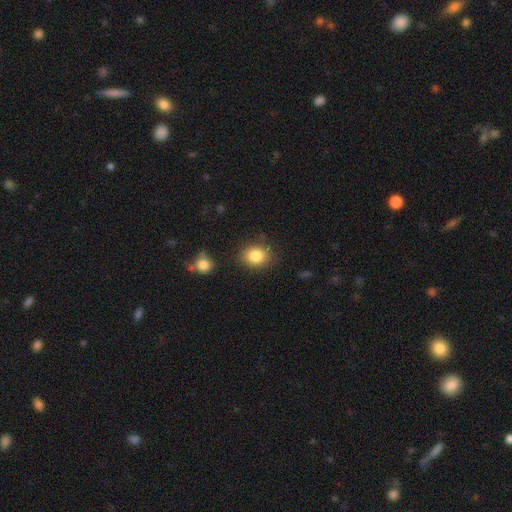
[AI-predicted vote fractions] The model was most divided on "how rounded": round: 62%, in between: 37%, cigar-shaped: 1%. More confident: smooth or featured — smooth (84%); merging — none (82%).